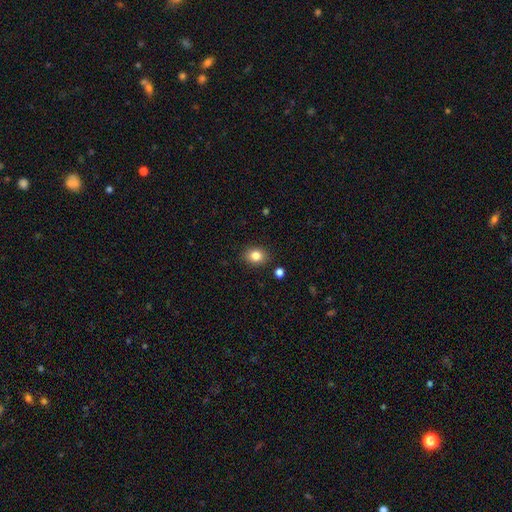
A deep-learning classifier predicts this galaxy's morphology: smooth-or-featured: smooth: 83% | star or artifact: 10% | featured or disk: 7%
  how-rounded: in between: 50% | round: 49% | cigar-shaped: 1%
  merging: none: 87% | minor disturbance: 8% | major disturbance: 2% | merger: 2%